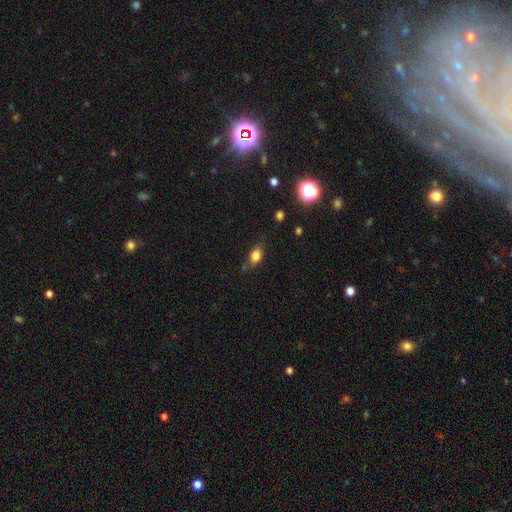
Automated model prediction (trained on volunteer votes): The model was most divided on "merging": none: 69%, minor disturbance: 23%, major disturbance: 6%, merger: 3%. More confident: smooth or featured — smooth (80%); how rounded — in between (78%).